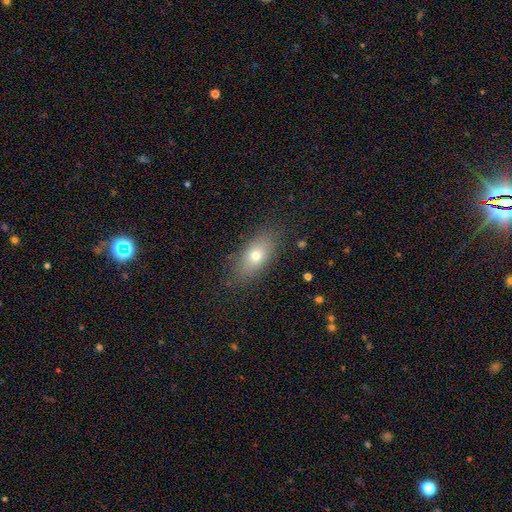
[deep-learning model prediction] Smooth or featured?
  - smooth: 72% *
  - featured or disk: 18%
  - star or artifact: 10%
How rounded?
  - in between: 82% *
  - cigar-shaped: 10%
  - round: 8%
Merging?
  - none: 82% *
  - minor disturbance: 12%
  - major disturbance: 4%
  - merger: 1%